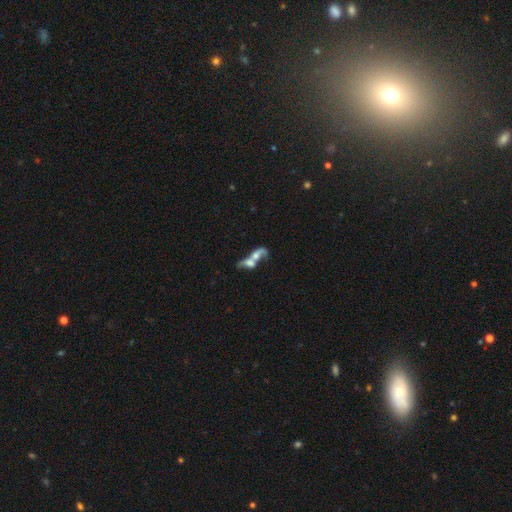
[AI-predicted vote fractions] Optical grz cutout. It shows a featured or disk galaxy (46%). Merging: merger (75%).